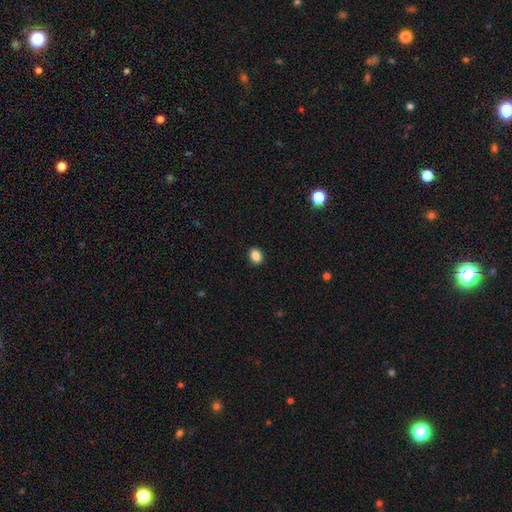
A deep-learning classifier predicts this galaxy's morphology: smooth 87%, star or artifact 9%, featured or disk 4%. Down the decision tree: how rounded — in between (62%); merging — none (91%).